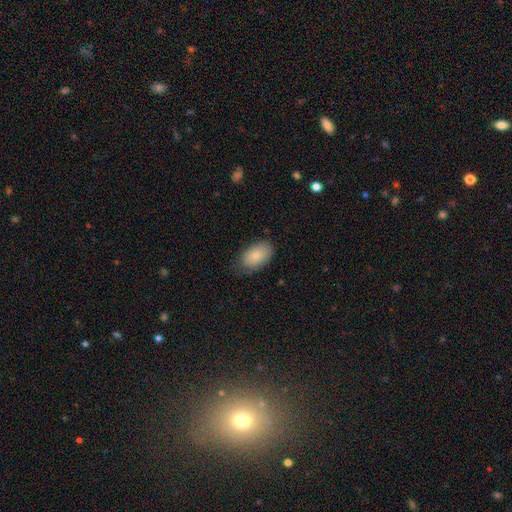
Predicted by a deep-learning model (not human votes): Overall: smooth (82%). How rounded: in between (92%). Merging: none (75%).